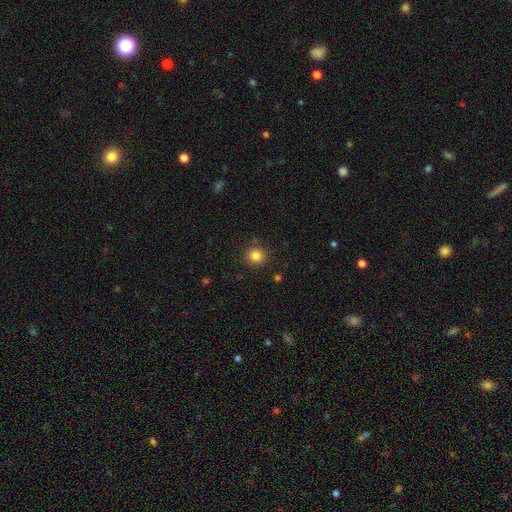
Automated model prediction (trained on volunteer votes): Smooth or featured: smooth — 84% (star or artifact — 12%)
How rounded: round — 92% (in between — 7%)
Merging: none — 89% (minor disturbance — 7%)